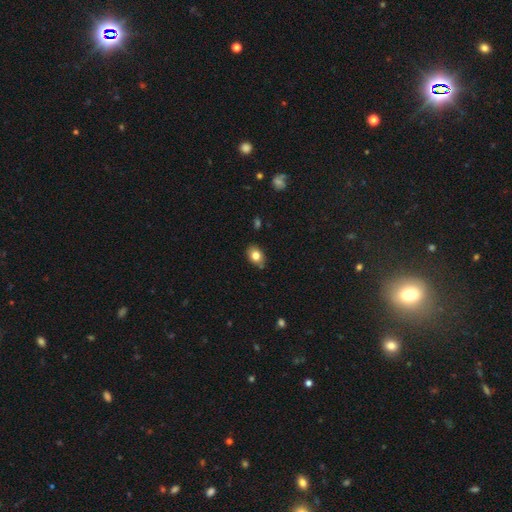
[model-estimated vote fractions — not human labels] The model was most divided on "how rounded": in between: 75%, round: 24%, cigar-shaped: 1%. More confident: merging — none (80%); smooth or featured — smooth (80%).